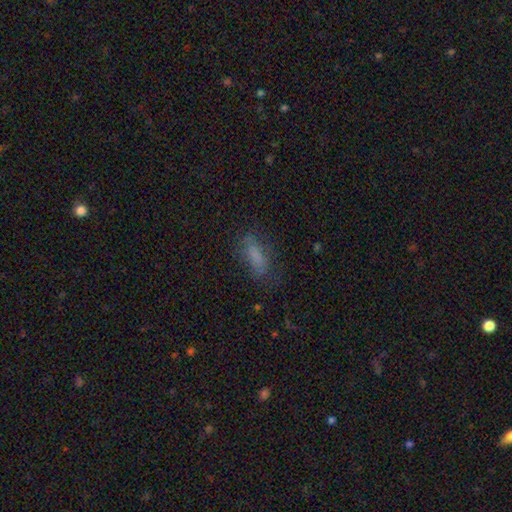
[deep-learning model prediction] Morphology: type=smooth (70%); roundness=in between (60%); merging=none (64%).